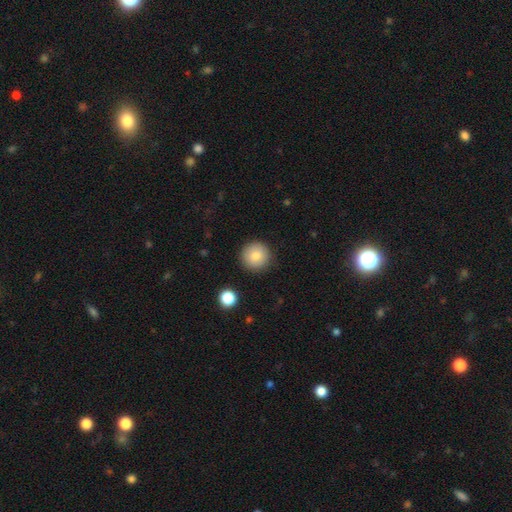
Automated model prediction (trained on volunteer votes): Smooth or featured?
  - smooth: 82% *
  - star or artifact: 9%
  - featured or disk: 9%
How rounded?
  - round: 96% *
  - in between: 3%
  - cigar-shaped: 1%
Merging?
  - none: 91% *
  - minor disturbance: 6%
  - major disturbance: 2%
  - merger: 1%